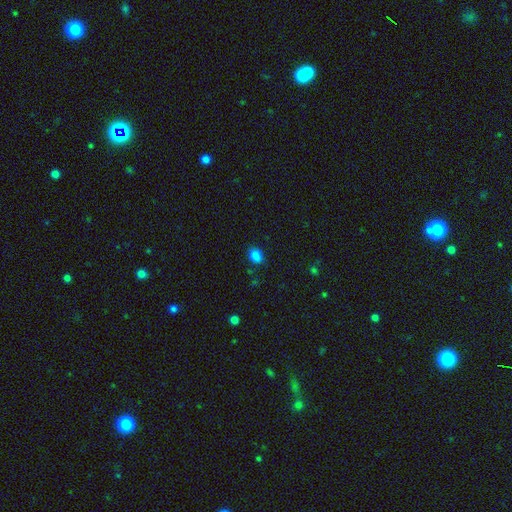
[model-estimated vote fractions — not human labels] smooth_or_featured: smooth (p=0.85) [alt: star or artifact p=0.12]
how_rounded: in between (p=0.57) [alt: round p=0.42]
merging: none (p=0.84) [alt: minor disturbance p=0.12]